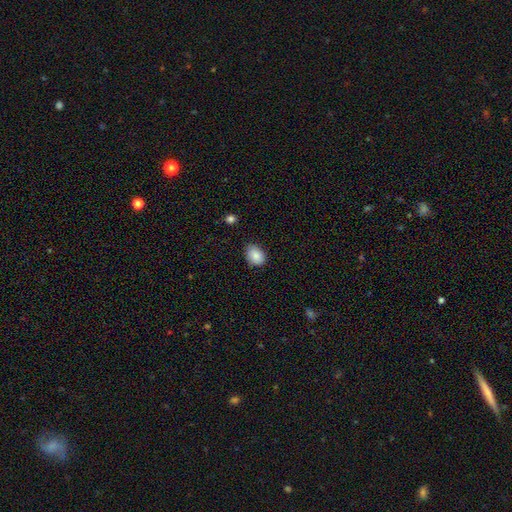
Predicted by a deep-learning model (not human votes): smooth-or-featured: smooth: 86% | star or artifact: 8% | featured or disk: 6%
  how-rounded: in between: 67% | round: 32% | cigar-shaped: 1%
  merging: none: 79% | minor disturbance: 17% | major disturbance: 3% | merger: 1%